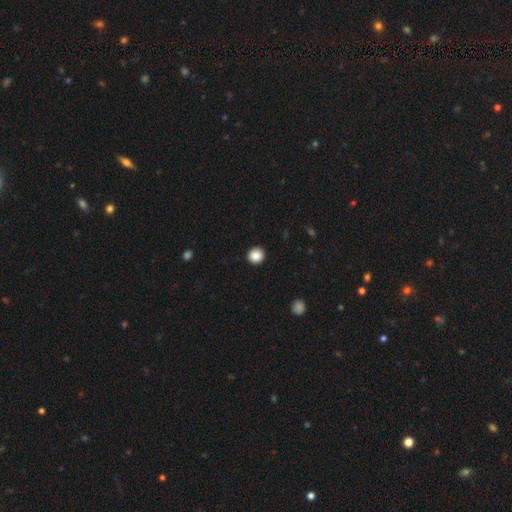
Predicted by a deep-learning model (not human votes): smooth 88%, star or artifact 9%, featured or disk 3%. Down the decision tree: how rounded — round (92%); merging — none (93%).